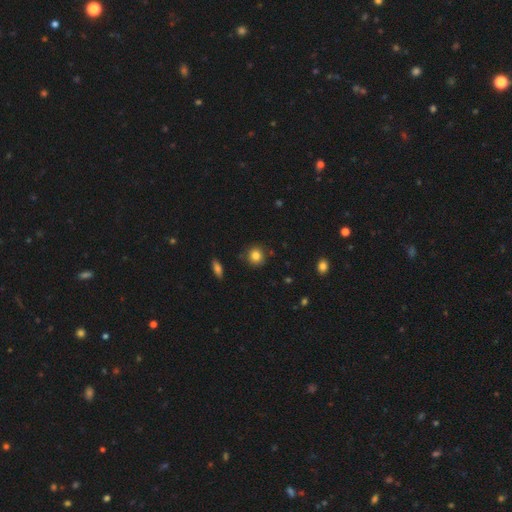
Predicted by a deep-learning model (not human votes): This is clearly a smooth galaxy (83%). How rounded: clearly round (88%). Merging: clearly none (86%).